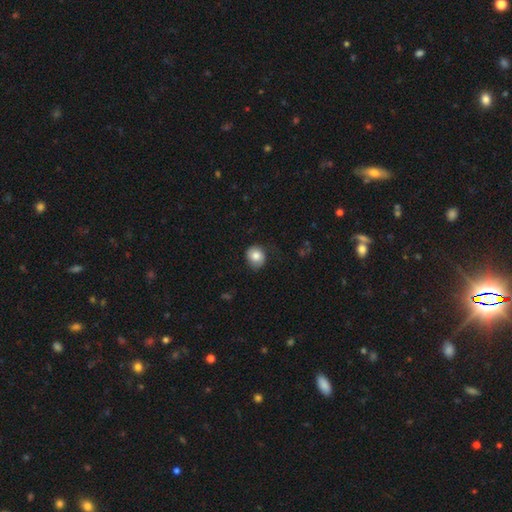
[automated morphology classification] Smooth or featured: smooth — 81% (featured or disk — 12%)
How rounded: round — 71% (in between — 28%)
Merging: none — 65% (minor disturbance — 24%)